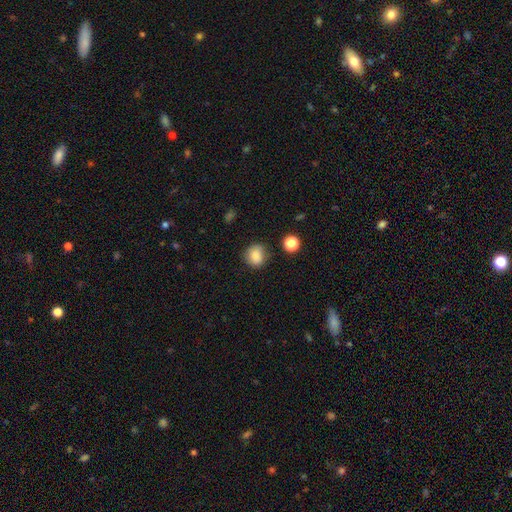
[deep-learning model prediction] smooth_or_featured: smooth (p=0.83) [alt: star or artifact p=0.10]
how_rounded: round (p=0.80) [alt: in between p=0.19]
merging: none (p=0.80) [alt: minor disturbance p=0.14]